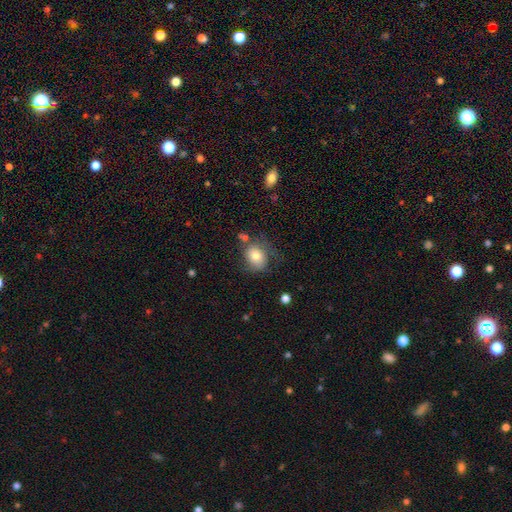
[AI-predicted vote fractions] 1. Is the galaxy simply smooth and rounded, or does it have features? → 74% smooth, 16% featured or disk, 9% star or artifact.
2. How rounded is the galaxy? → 51% in between, 48% round, 1% cigar-shaped.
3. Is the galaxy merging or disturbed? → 55% none, 24% minor disturbance, 14% major disturbance, 7% merger.